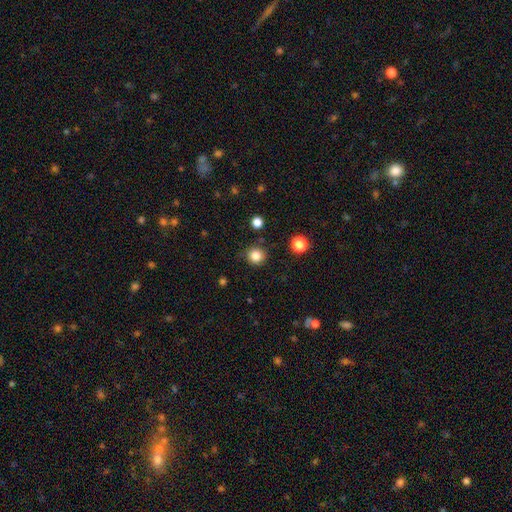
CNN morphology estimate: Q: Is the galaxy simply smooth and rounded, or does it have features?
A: smooth — 84%.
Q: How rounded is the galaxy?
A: round — 91%.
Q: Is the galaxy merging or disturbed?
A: none — 84%.